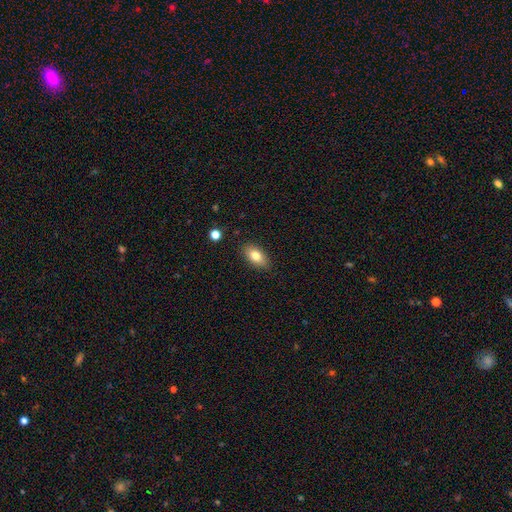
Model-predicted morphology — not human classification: smooth_or_featured: smooth (p=0.78) [alt: featured or disk p=0.14]
how_rounded: in between (p=0.88) [alt: round p=0.06]
merging: none (p=0.86) [alt: minor disturbance p=0.10]